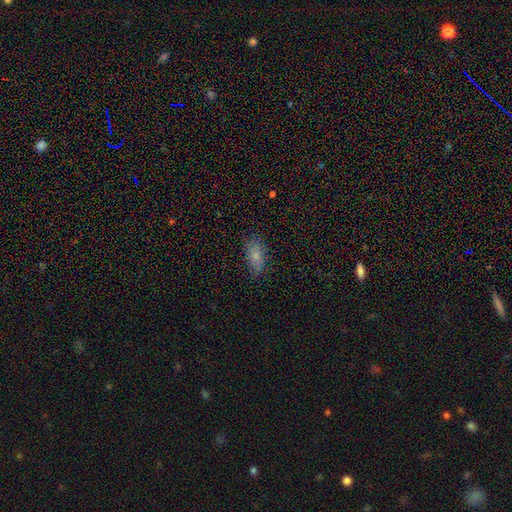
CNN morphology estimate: Smooth or featured?
  - smooth: 77% *
  - featured or disk: 13%
  - star or artifact: 10%
How rounded?
  - in between: 89% *
  - cigar-shaped: 6%
  - round: 5%
Merging?
  - none: 73% *
  - minor disturbance: 21%
  - major disturbance: 5%
  - merger: 1%